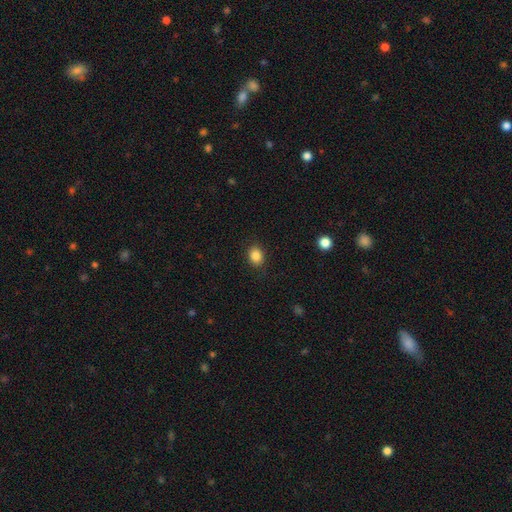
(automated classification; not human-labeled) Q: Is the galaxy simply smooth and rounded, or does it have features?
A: smooth — 86%.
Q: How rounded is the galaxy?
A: in between — 51%.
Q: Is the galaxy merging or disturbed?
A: none — 88%.